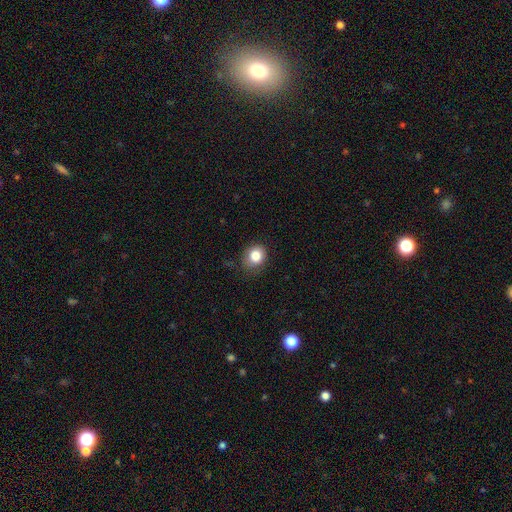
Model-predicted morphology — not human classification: smooth_or_featured: smooth (p=0.84) [alt: star or artifact p=0.10]
how_rounded: round (p=0.69) [alt: in between p=0.30]
merging: none (p=0.75) [alt: minor disturbance p=0.19]